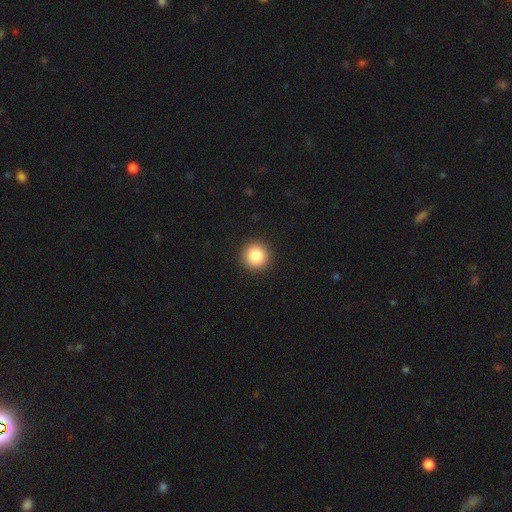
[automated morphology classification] Q: Smooth or featured?
A: smooth (86%); runner-up: star or artifact (9%)
Q: How rounded?
A: round (95%); runner-up: in between (4%)
Q: Merging?
A: none (93%); runner-up: minor disturbance (4%)